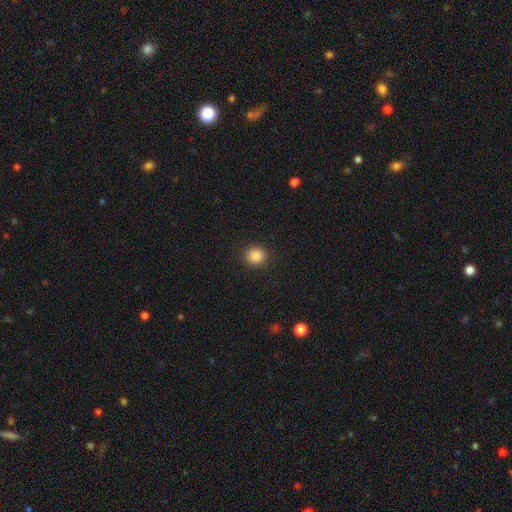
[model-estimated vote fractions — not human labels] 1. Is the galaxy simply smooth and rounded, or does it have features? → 86% smooth, 10% star or artifact, 4% featured or disk.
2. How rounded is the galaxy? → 86% round, 14% in between, 1% cigar-shaped.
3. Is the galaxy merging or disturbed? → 91% none, 6% minor disturbance, 2% major disturbance, 1% merger.